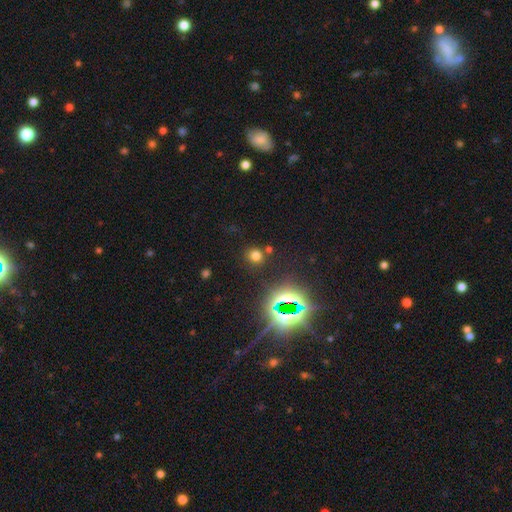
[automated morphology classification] Smooth or featured?
  - smooth: 65% *
  - star or artifact: 28%
  - featured or disk: 7%
How rounded?
  - round: 83% *
  - in between: 15%
  - cigar-shaped: 1%
Merging?
  - none: 79% *
  - minor disturbance: 9%
  - merger: 8%
  - major disturbance: 4%